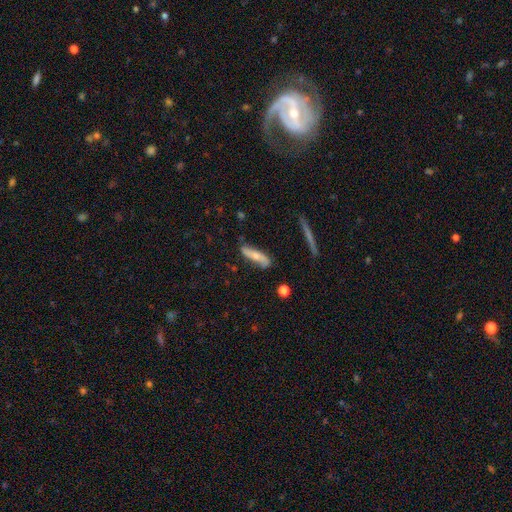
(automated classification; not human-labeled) Q: Smooth or featured?
A: featured or disk (47%); runner-up: smooth (46%)
Q: Merging?
A: none (70%); runner-up: minor disturbance (22%)